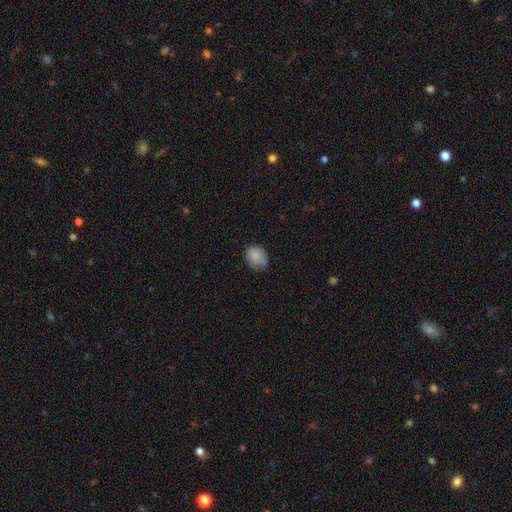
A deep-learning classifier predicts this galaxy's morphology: smooth-or-featured: smooth: 86% | star or artifact: 8% | featured or disk: 6%
  how-rounded: round: 62% | in between: 37% | cigar-shaped: 1%
  merging: none: 71% | minor disturbance: 23% | major disturbance: 5% | merger: 1%